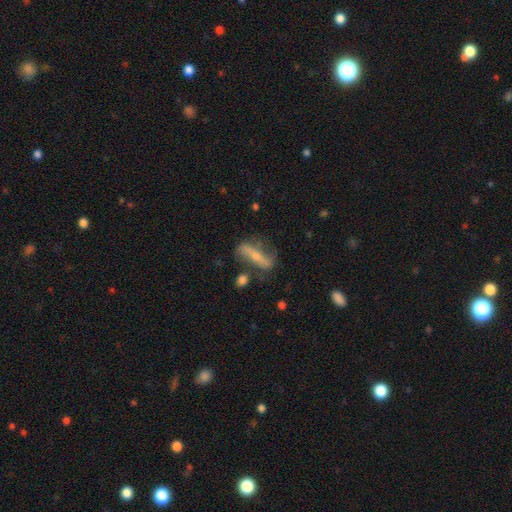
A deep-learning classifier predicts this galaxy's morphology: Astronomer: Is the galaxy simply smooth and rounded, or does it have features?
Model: featured or disk — 66%.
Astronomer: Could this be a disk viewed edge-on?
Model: no — 66%.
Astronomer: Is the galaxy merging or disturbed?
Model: none — 64%.